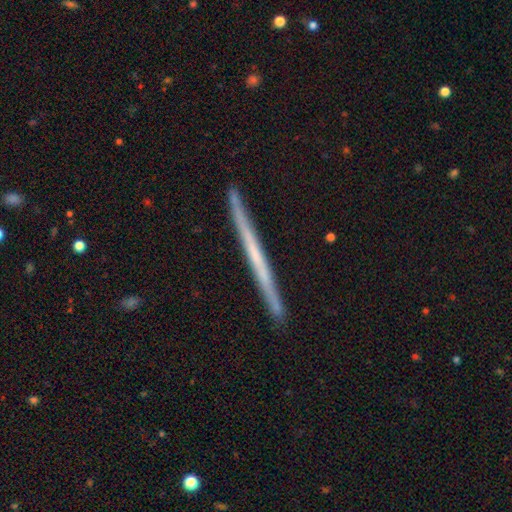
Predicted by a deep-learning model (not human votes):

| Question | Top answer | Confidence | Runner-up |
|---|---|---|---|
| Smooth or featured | featured or disk | 61% | smooth (33%) |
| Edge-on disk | yes | 98% | no (2%) |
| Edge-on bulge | none | 87% | rounded (9%) |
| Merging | none | 92% | minor disturbance (6%) |